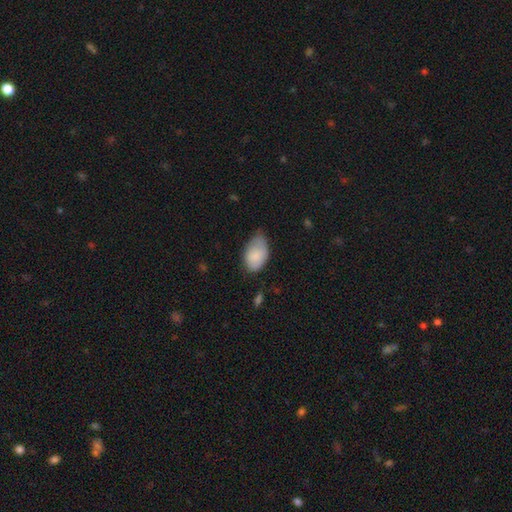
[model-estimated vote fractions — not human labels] Q: Smooth or featured?
A: smooth (84%); runner-up: featured or disk (10%)
Q: How rounded?
A: in between (92%); runner-up: round (7%)
Q: Merging?
A: minor disturbance (44%); tied with: none (44%)